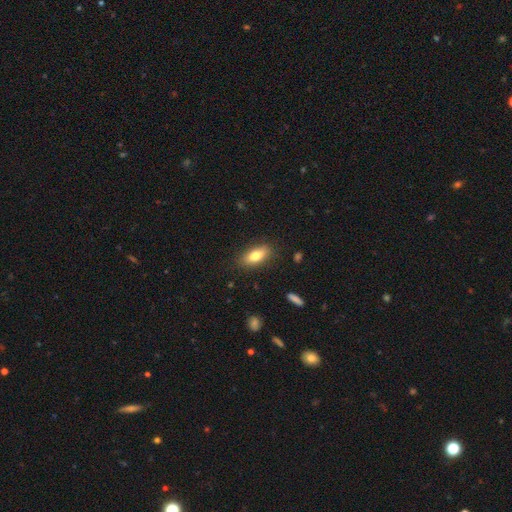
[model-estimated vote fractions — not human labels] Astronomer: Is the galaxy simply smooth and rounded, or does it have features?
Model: smooth — 78%.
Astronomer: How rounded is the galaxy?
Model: in between — 80%.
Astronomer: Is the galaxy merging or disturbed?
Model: none — 85%.